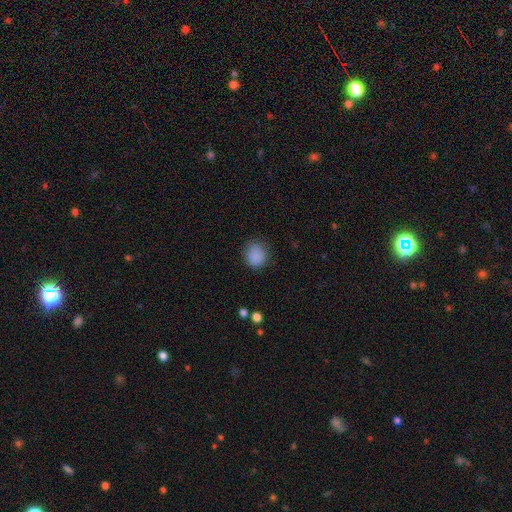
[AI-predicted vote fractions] Morphology: type=smooth (87%); roundness=round (79%); merging=none (80%).